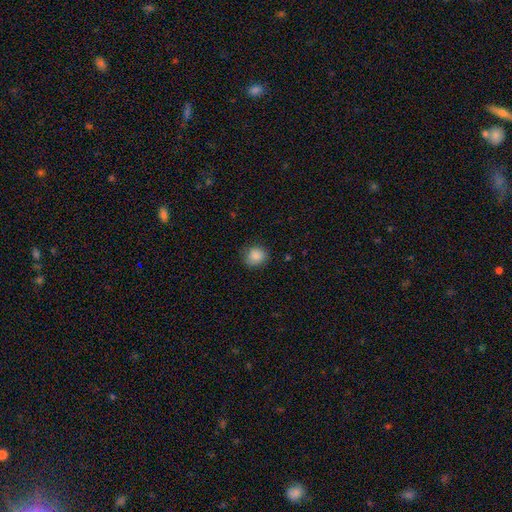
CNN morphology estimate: A smooth galaxy with no disk features (86%) that is round (83%). Merging: none (82%).